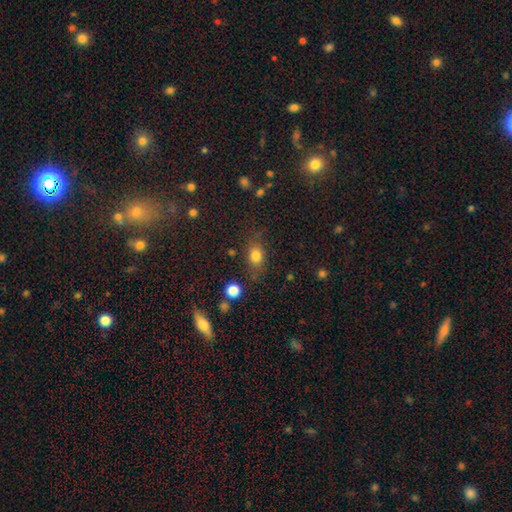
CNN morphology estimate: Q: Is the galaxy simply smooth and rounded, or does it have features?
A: smooth — 79%.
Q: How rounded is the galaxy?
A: in between — 61%.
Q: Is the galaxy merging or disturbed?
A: none — 73%.